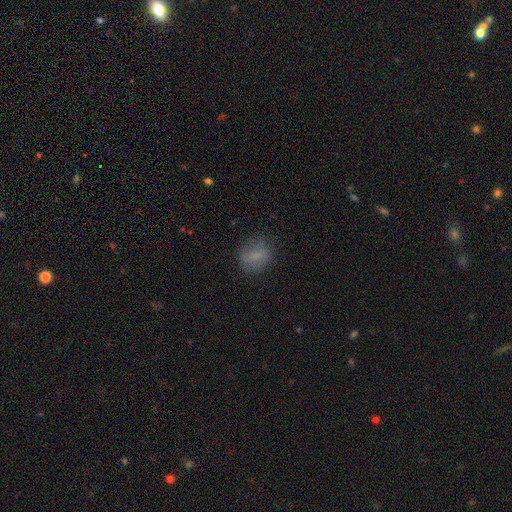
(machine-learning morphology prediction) Overall: smooth (73%). How rounded: round (52%; in between 46%). Merging: none (75%).